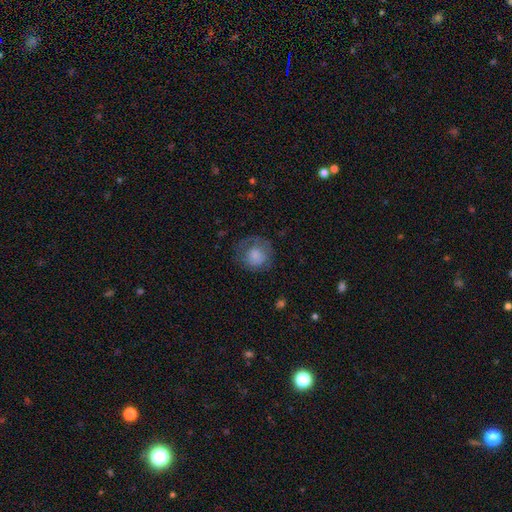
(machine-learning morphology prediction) type=smooth (72%); roundness=round (86%); merging=none (60%).